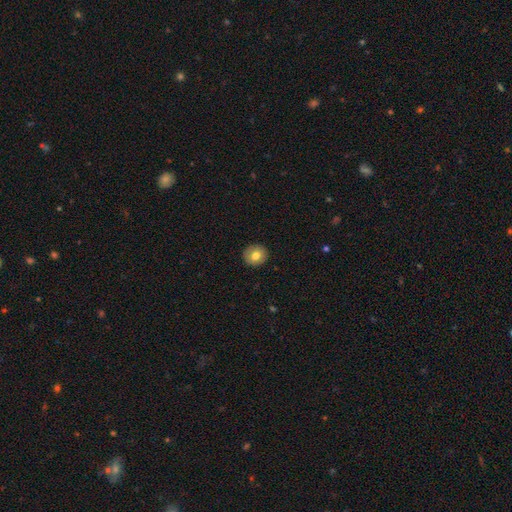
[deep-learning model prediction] Morphology: type=smooth (75%); roundness=round (85%); merging=none (91%).